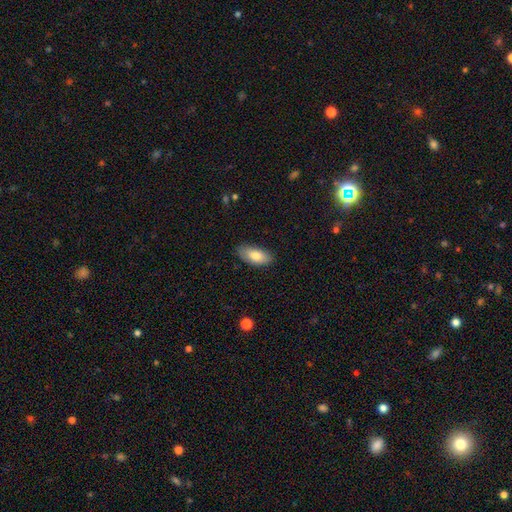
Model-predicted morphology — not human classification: Smooth or featured?
  - smooth: 80% *
  - featured or disk: 14%
  - star or artifact: 6%
How rounded?
  - in between: 89% *
  - cigar-shaped: 8%
  - round: 3%
Merging?
  - none: 84% *
  - minor disturbance: 13%
  - major disturbance: 2%
  - merger: 1%